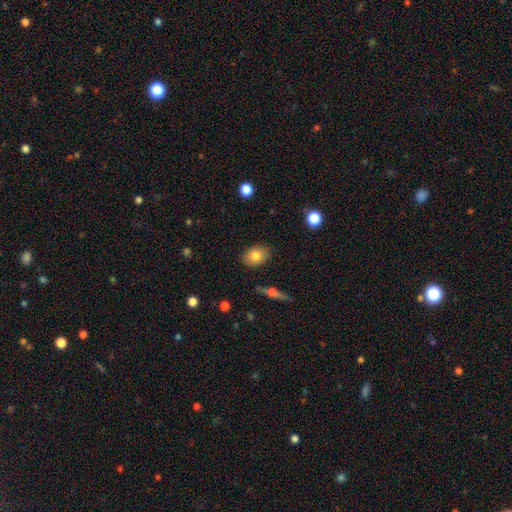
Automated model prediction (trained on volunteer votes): smooth-or-featured: smooth: 78% | featured or disk: 14% | star or artifact: 8%
  how-rounded: in between: 76% | round: 22% | cigar-shaped: 2%
  merging: none: 87% | minor disturbance: 9% | major disturbance: 2% | merger: 2%